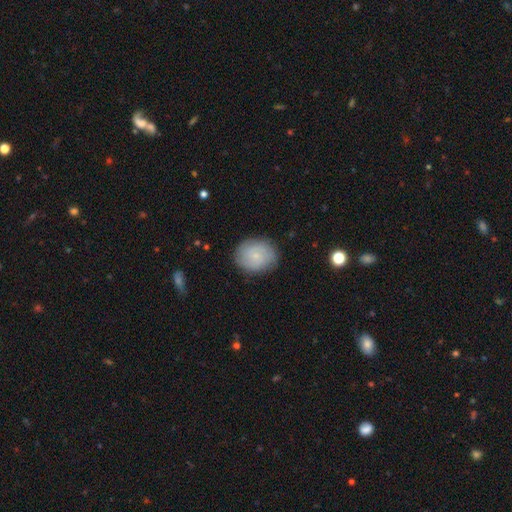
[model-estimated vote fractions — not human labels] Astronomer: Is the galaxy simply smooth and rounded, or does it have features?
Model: smooth — 57% (runner-up: featured or disk, 35%).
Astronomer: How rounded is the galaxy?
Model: round — 68%.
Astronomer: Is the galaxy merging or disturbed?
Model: none — 84%.